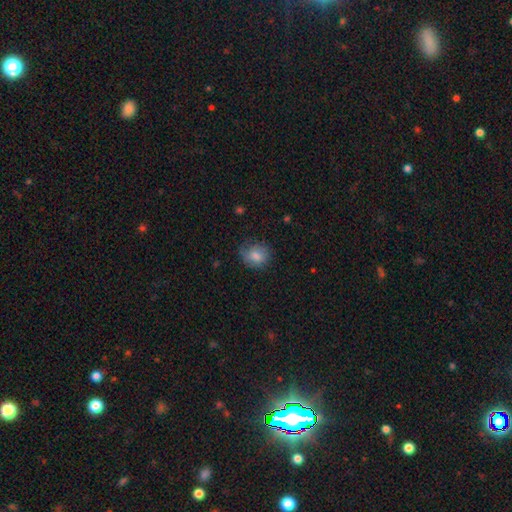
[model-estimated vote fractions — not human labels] This is likely a smooth galaxy (77%). How rounded: likely round (72%). Merging: likely none (66%).